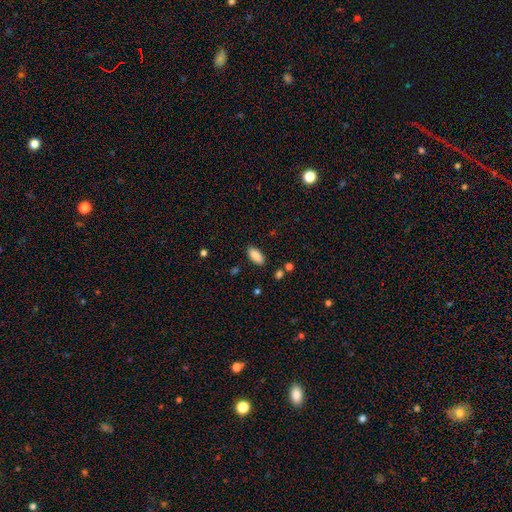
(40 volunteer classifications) Q: Smooth or featured?
A: smooth (80%); runner-up: featured or disk (10%)
Q: How rounded?
A: in between (94%); runner-up: round (3%)
Q: Merging?
A: none (89%); runner-up: minor disturbance (11%)